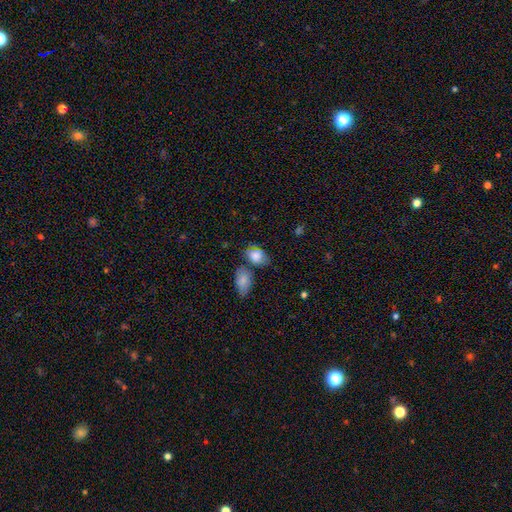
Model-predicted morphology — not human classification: This appears to be a smooth galaxy with no disk features (82%) that is in between round and cigar-shaped (77%). Merging: none (54%).